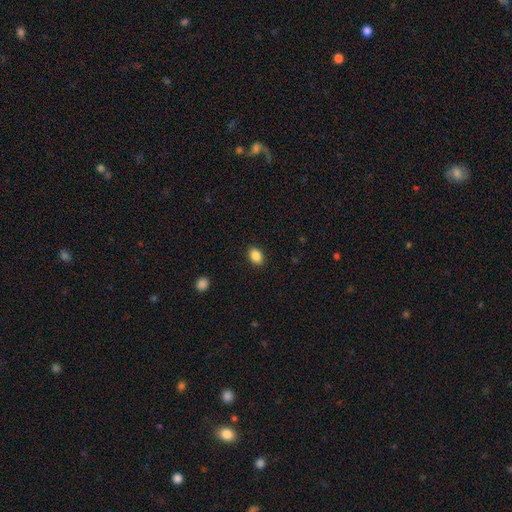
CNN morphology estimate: A smooth galaxy with no disk features (88%) that is in between round and cigar-shaped (79%). Merging: none (89%).